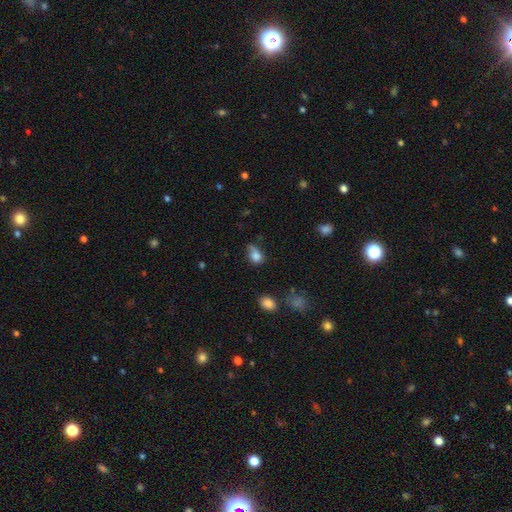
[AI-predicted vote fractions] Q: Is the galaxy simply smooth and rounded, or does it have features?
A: smooth — 79%.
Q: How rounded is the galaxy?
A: in between — 60%.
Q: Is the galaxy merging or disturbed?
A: minor disturbance — 38%.